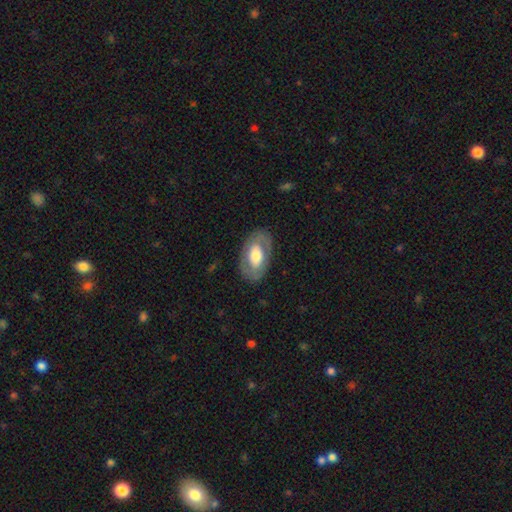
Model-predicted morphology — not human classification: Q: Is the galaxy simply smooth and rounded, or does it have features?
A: featured or disk — 48%.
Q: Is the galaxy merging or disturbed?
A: none — 81%.